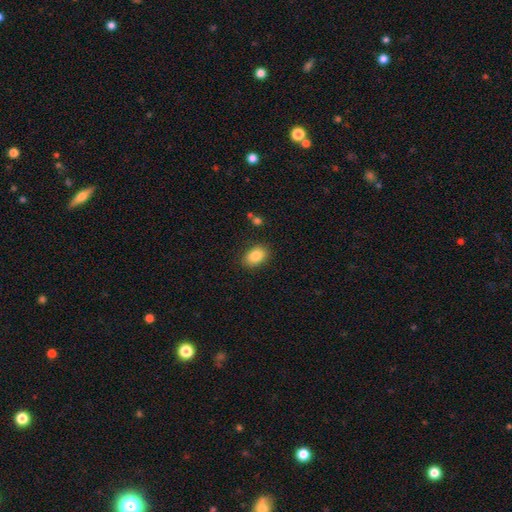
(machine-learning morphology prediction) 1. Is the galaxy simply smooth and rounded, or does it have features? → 86% smooth, 8% star or artifact, 7% featured or disk.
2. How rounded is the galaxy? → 82% in between, 16% round, 1% cigar-shaped.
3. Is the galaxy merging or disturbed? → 85% none, 10% minor disturbance, 3% major disturbance, 2% merger.